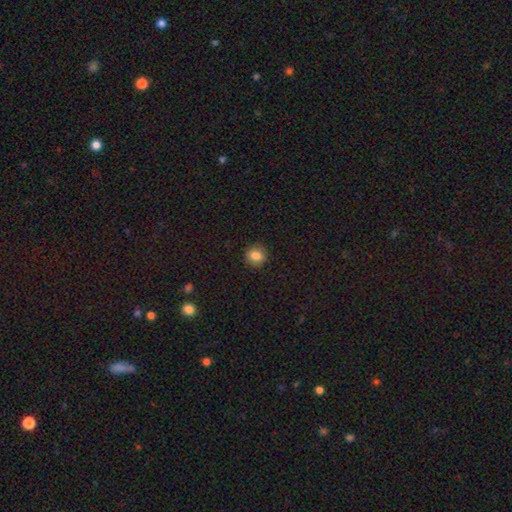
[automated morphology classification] Overall: smooth (84%). How rounded: round (80%). Merging: none (89%).